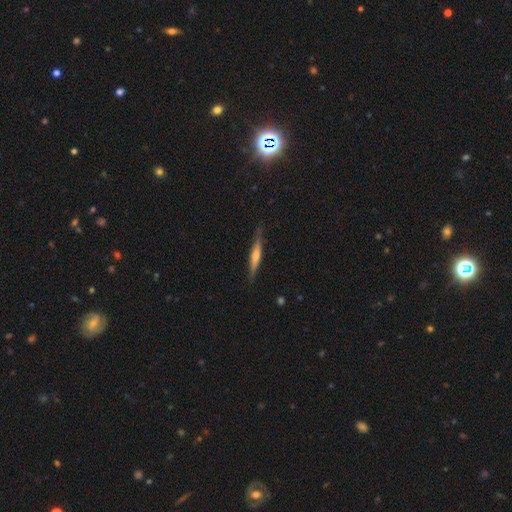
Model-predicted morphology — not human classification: smooth_or_featured: featured or disk (p=0.60) [alt: smooth p=0.33]
disk_edge_on: yes (p=0.96) [alt: no p=0.04]
edge_on_bulge: rounded (p=0.62) [alt: none p=0.23]
merging: none (p=0.85) [alt: minor disturbance p=0.12]